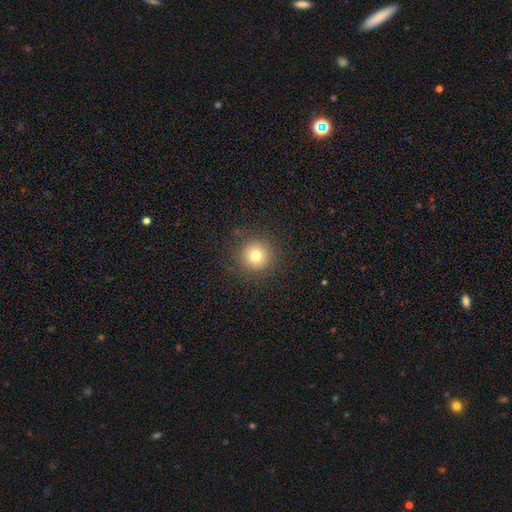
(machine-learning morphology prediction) A smooth galaxy with no disk features (78%) that is round (95%).

Vote fractions:
- Smooth or featured? smooth: 78% / star or artifact: 13% / featured or disk: 9%
- How rounded? round: 95% / in between: 4% / cigar-shaped: 1%
- Merging? none: 90% / minor disturbance: 6% / major disturbance: 3% / merger: 1%